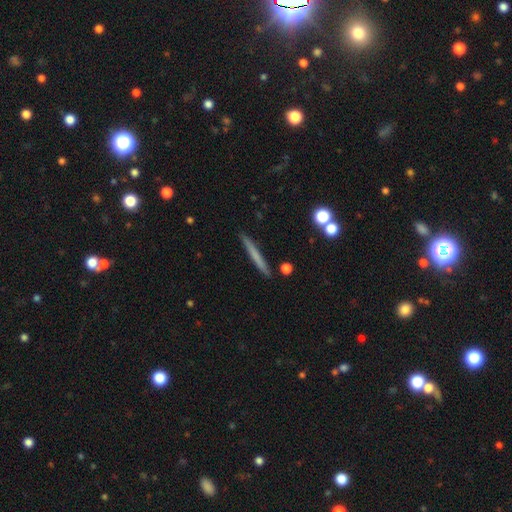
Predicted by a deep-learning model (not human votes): Overall: smooth (60%; featured or disk 33%). How rounded: cigar-shaped (96%). Merging: none (90%).